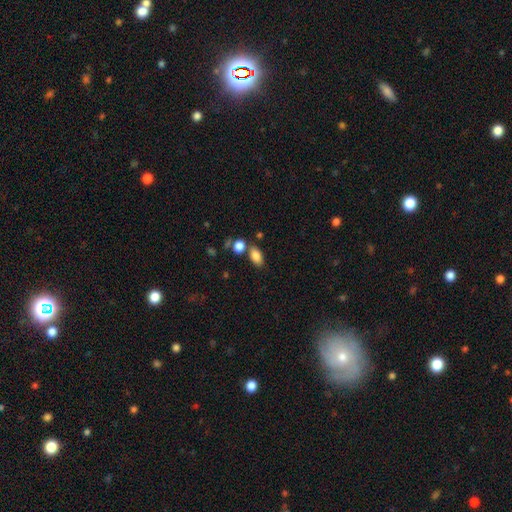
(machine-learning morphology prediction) smooth_or_featured: smooth (p=0.85) [alt: star or artifact p=0.09]
how_rounded: in between (p=0.89) [alt: round p=0.09]
merging: none (p=0.67) [alt: merger p=0.17]